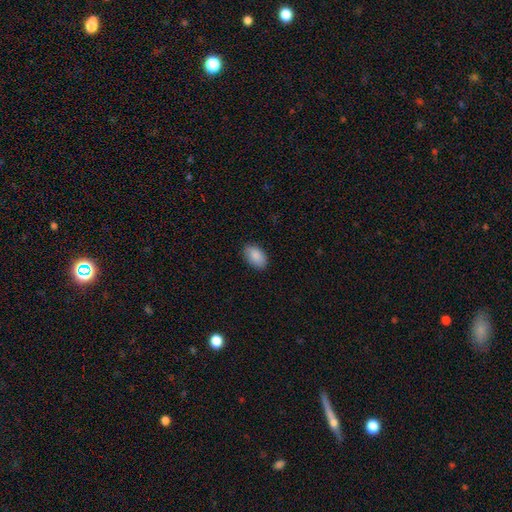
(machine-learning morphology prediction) A smooth galaxy with no disk features (89%) that is in between round and cigar-shaped (93%). Merging: none (86%).